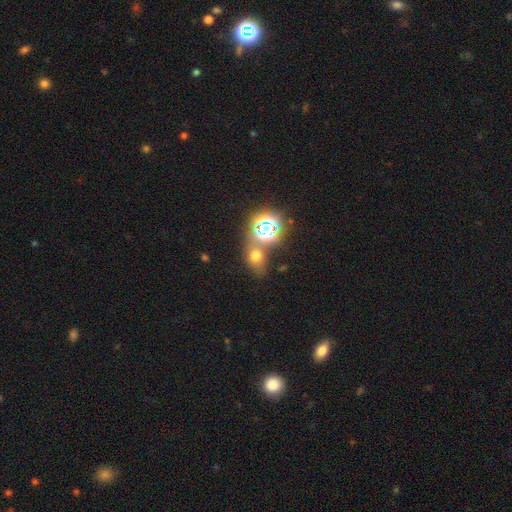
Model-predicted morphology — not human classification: This appears to be a smooth galaxy with no disk features (55%) that is round (51%). Merging: none (57%).